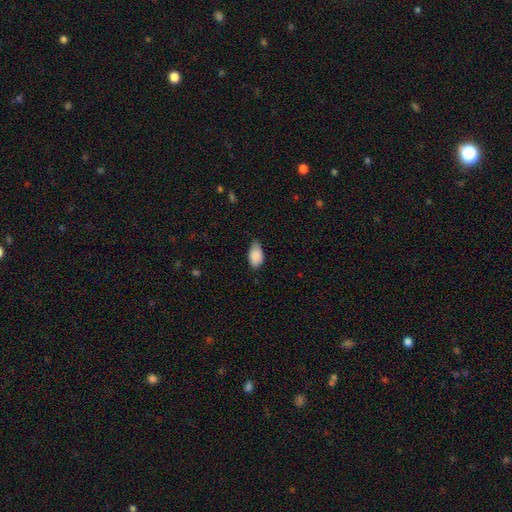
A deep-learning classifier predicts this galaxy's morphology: smooth_or_featured: smooth (p=0.88) [alt: star or artifact p=0.07]
how_rounded: in between (p=0.94) [alt: round p=0.04]
merging: none (p=0.63) [alt: minor disturbance p=0.31]